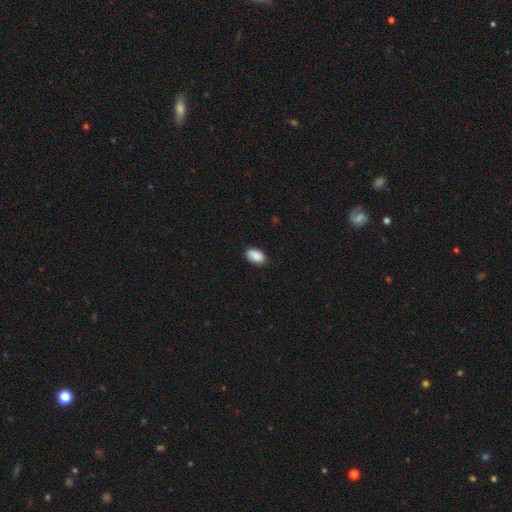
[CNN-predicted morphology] type=smooth (88%); roundness=in between (92%); merging=none (82%).